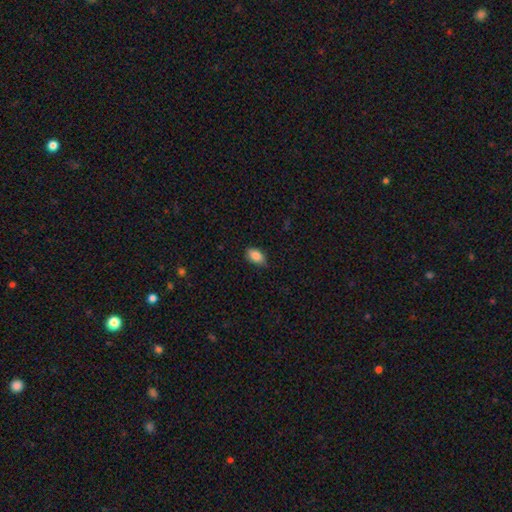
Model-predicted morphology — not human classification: type=smooth (86%); roundness=in between (90%); merging=none (78%).